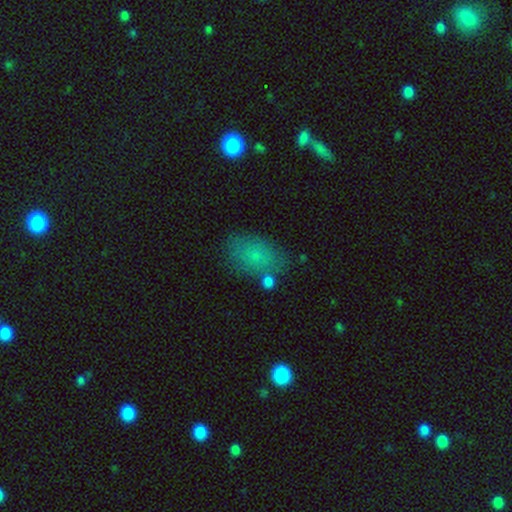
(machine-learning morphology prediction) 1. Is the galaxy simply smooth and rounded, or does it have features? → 77% smooth, 12% star or artifact, 11% featured or disk.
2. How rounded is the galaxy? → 86% in between, 13% round, 2% cigar-shaped.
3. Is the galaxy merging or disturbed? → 73% none, 17% minor disturbance, 6% major disturbance, 5% merger.